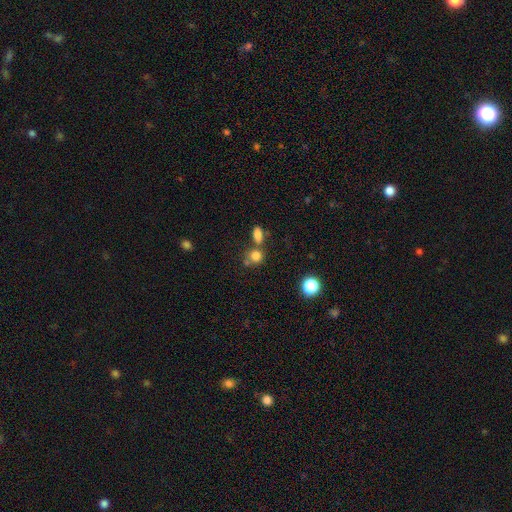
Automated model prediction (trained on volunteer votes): This is likely a smooth galaxy (78%). How rounded: likely round (77%). Merging: possibly none (56%).